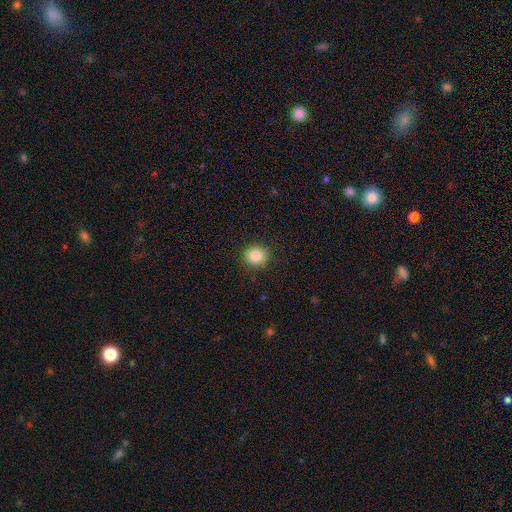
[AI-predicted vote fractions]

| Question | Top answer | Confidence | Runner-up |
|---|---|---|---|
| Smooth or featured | smooth | 85% | star or artifact (10%) |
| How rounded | round | 81% | in between (19%) |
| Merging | none | 90% | minor disturbance (7%) |